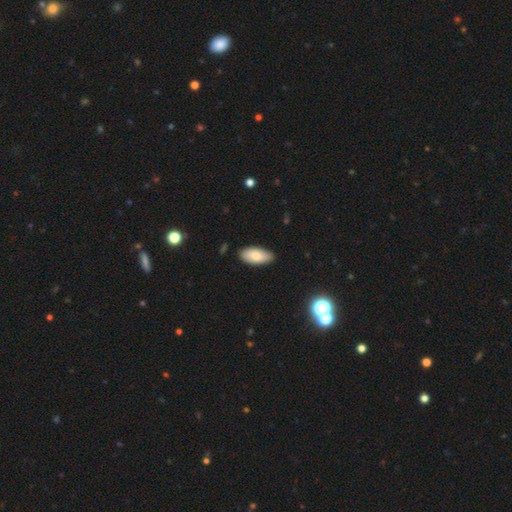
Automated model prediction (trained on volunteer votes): This appears to be a smooth galaxy with no disk features (80%) that is in between round and cigar-shaped (90%). Merging: none (85%).